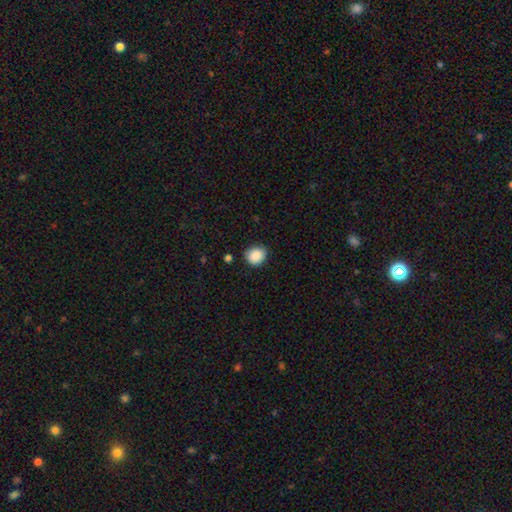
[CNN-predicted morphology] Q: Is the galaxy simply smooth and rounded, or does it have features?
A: smooth — 88%.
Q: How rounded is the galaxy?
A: round — 72%.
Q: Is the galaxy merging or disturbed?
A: none — 79%.